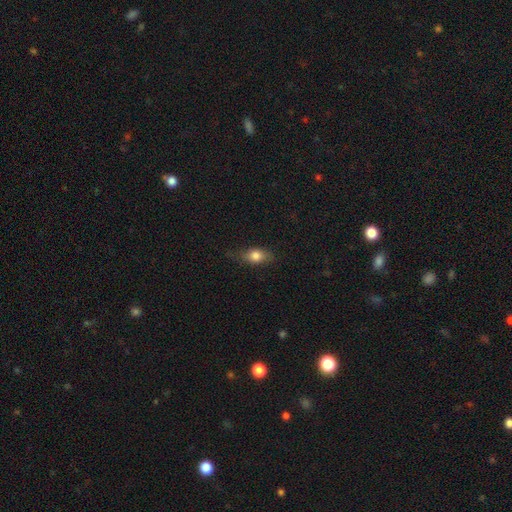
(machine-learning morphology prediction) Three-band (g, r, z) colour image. It shows a smooth galaxy with no disk features (77%) that is in between round and cigar-shaped (74%). Merging: none (70%).